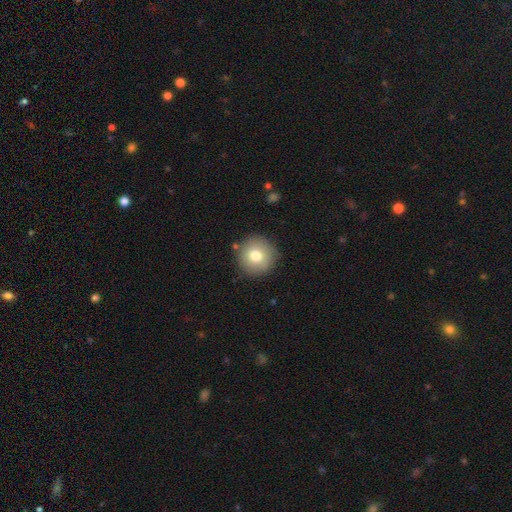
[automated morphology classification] Overall: smooth (76%). How rounded: round (95%). Merging: none (87%).